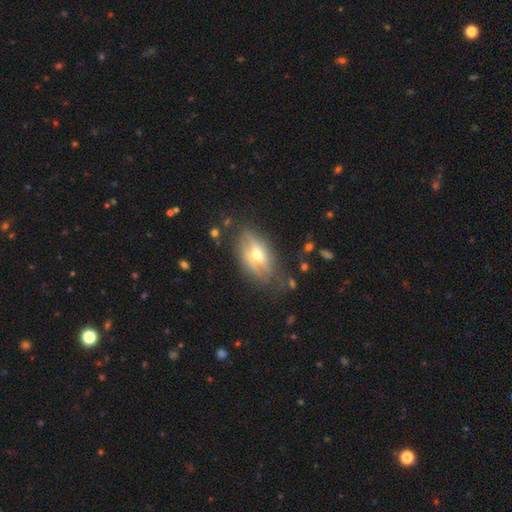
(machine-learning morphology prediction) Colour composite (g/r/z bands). It shows a featured or disk galaxy (57%) viewed edge-on (54%). Merging: none (68%).